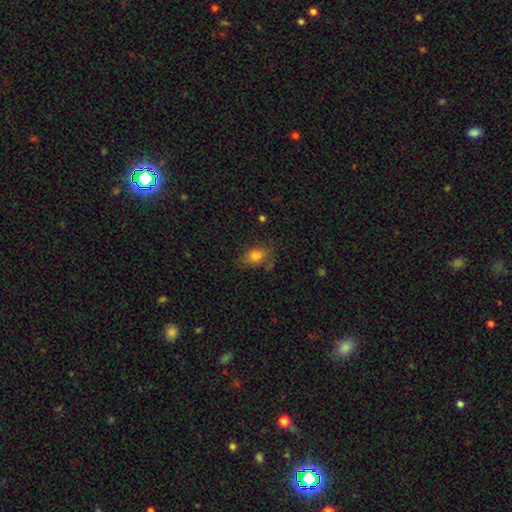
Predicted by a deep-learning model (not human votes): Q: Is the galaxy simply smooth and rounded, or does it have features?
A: smooth — 80%.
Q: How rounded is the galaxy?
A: in between — 76%.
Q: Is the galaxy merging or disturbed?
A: none — 63%.